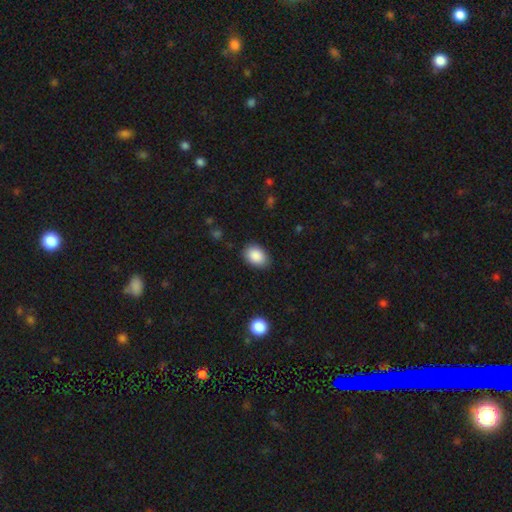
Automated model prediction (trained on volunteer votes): Overall: smooth (89%). How rounded: in between (83%). Merging: none (85%).